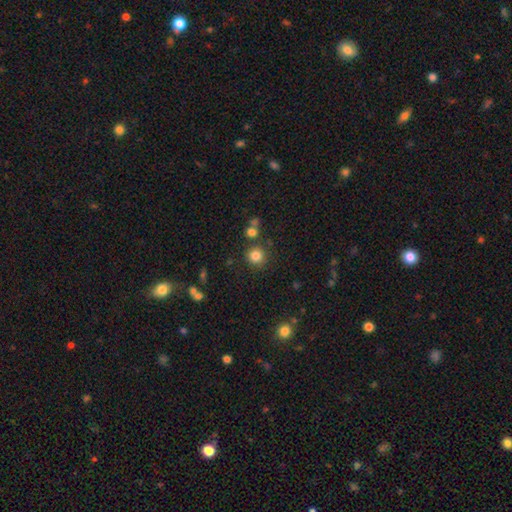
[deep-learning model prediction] Smooth or featured?
  - smooth: 82% *
  - star or artifact: 13%
  - featured or disk: 6%
How rounded?
  - round: 92% *
  - in between: 7%
  - cigar-shaped: 1%
Merging?
  - none: 81% *
  - minor disturbance: 8%
  - merger: 8%
  - major disturbance: 3%